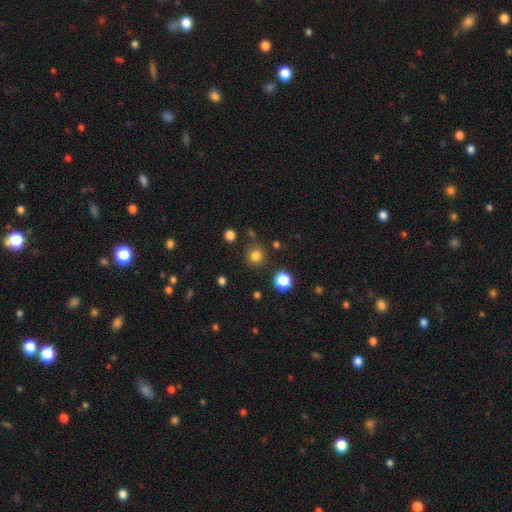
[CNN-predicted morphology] This appears to be a smooth galaxy with no disk features (81%) that is round (92%). Merging: none (86%).